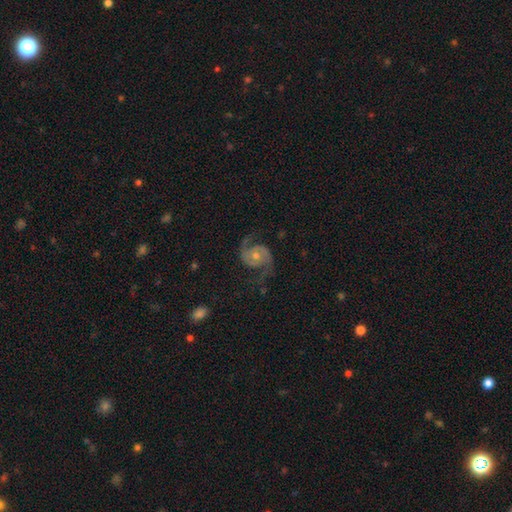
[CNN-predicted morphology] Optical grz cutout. It shows a featured or disk galaxy (90%) with no bar (71%), 2 (94%) medium (53%) spiral arms (98%) and a moderate central bulge (58%). Merging: none (77%).